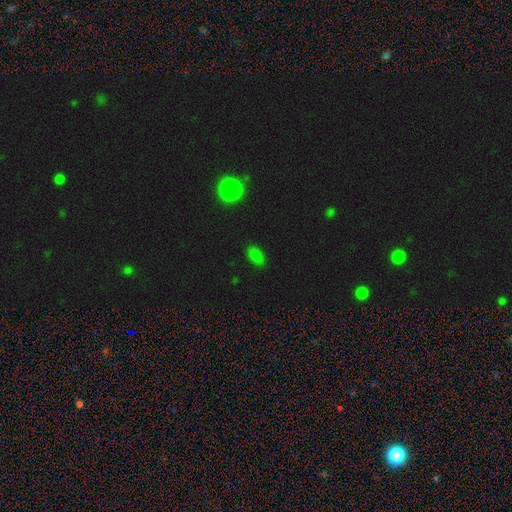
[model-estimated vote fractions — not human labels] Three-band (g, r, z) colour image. It shows a smooth galaxy with no disk features (78%) that is in between round and cigar-shaped (89%). Merging: none (86%).